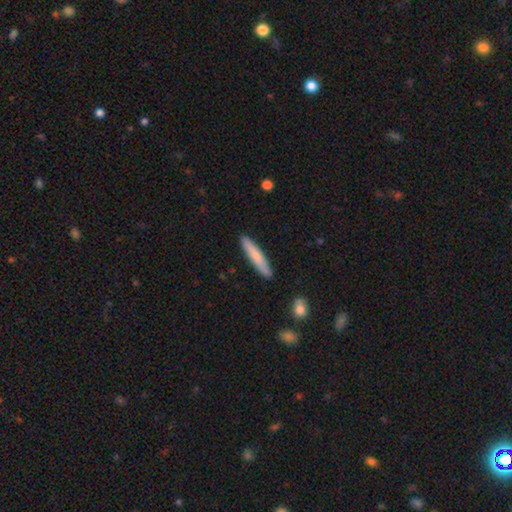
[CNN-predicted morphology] A smooth galaxy with no disk features (75%) that is cigar-shaped (92%). Merging: none (90%).